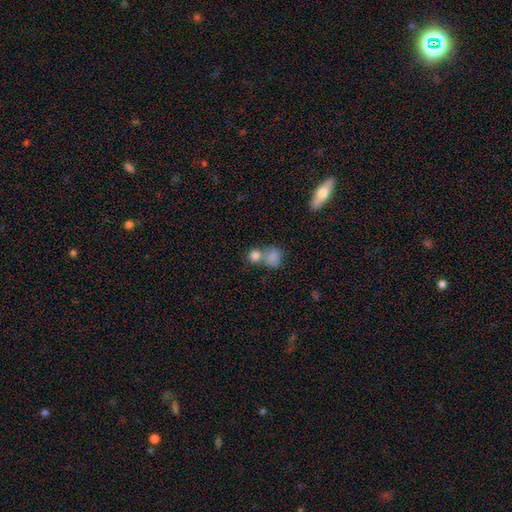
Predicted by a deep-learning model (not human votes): Overall: smooth (81%). How rounded: round (78%). Merging: merger (51%; none 37%).